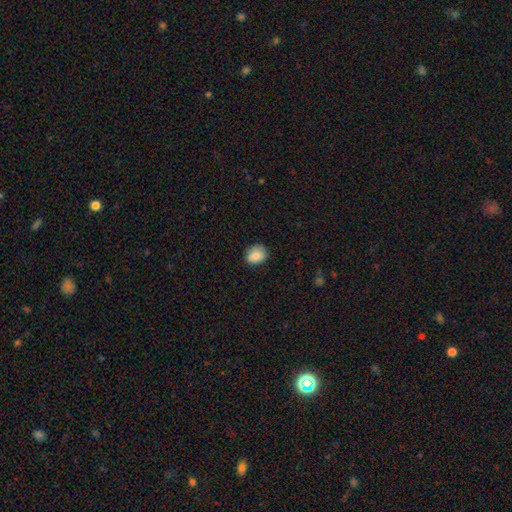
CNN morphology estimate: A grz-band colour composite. It shows a smooth galaxy with no disk features (88%) that is round (50%). Merging: none (79%).